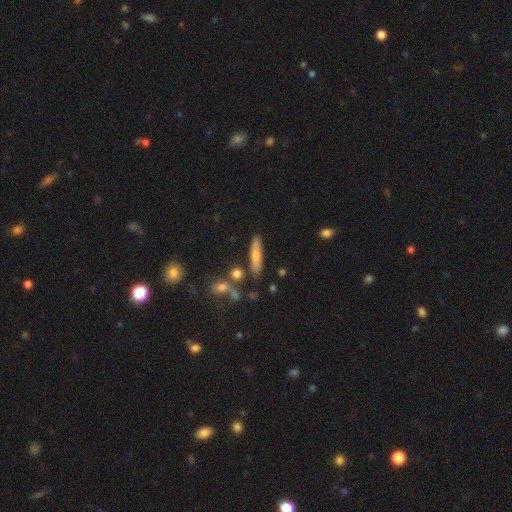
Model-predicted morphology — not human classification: Smooth or featured? smooth (68%)
How rounded? cigar-shaped (81%)
Merging? none (78%)